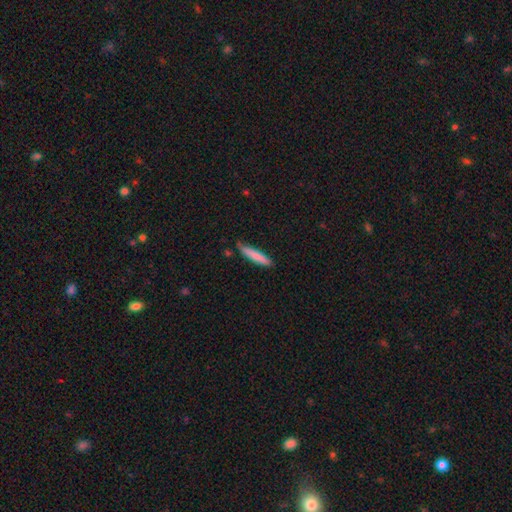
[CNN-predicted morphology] smooth_or_featured: smooth (p=0.79) [alt: featured or disk p=0.15]
how_rounded: cigar-shaped (p=0.90) [alt: in between p=0.09]
merging: none (p=0.79) [alt: minor disturbance p=0.16]